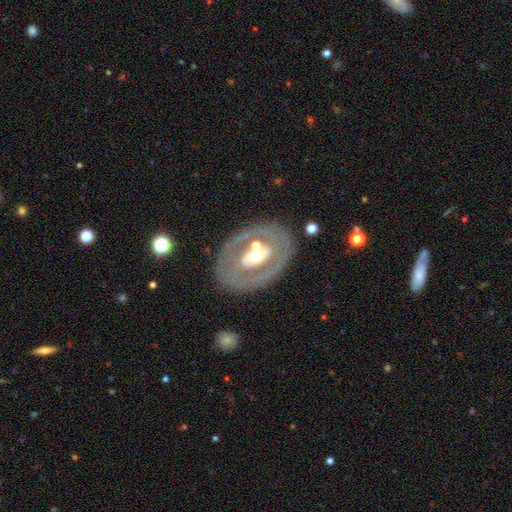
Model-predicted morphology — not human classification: Overall: featured or disk (74%). Edge-on disk: no (92%). Bar: no (41%; strong 32%). Spiral arms: no (70%; yes 30%). Bulge size: moderate (68%). Merging: none (75%).